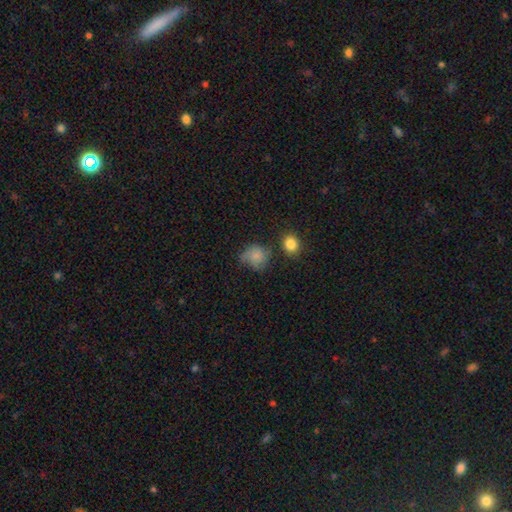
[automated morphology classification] The model was most divided on "merging": none: 50%, minor disturbance: 30%, major disturbance: 14%, merger: 6%. More confident: smooth or featured — smooth (78%); how rounded — round (74%).